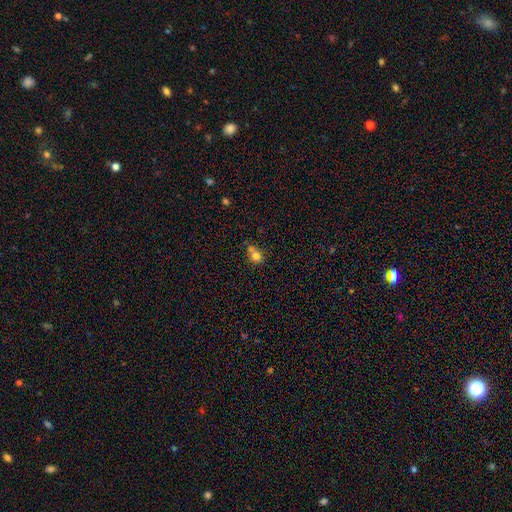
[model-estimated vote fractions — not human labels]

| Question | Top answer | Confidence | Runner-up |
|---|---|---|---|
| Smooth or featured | smooth | 76% | star or artifact (13%) |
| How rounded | round | 73% | in between (26%) |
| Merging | none | 44% | merger (30%) |